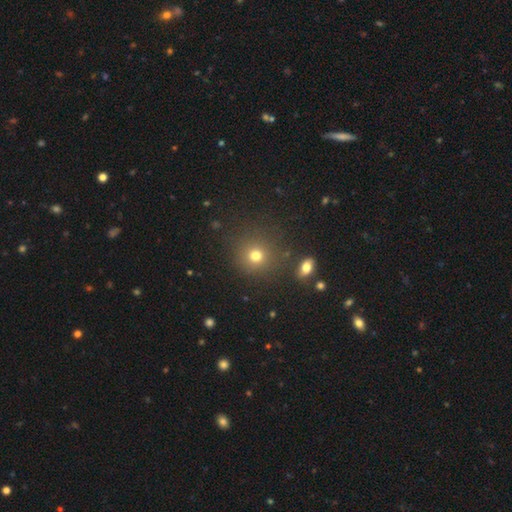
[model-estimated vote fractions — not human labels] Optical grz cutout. It shows a smooth galaxy with no disk features (76%) that is round (90%). Merging: none (82%).